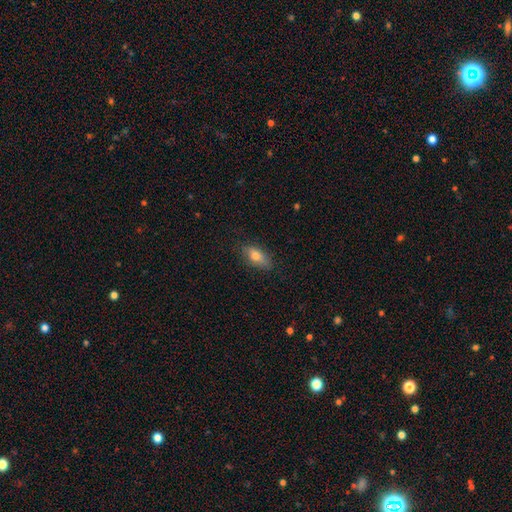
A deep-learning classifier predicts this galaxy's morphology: smooth-or-featured: smooth: 74% | featured or disk: 18% | star or artifact: 7%
  how-rounded: in between: 84% | cigar-shaped: 11% | round: 5%
  merging: none: 80% | minor disturbance: 16% | major disturbance: 3% | merger: 1%